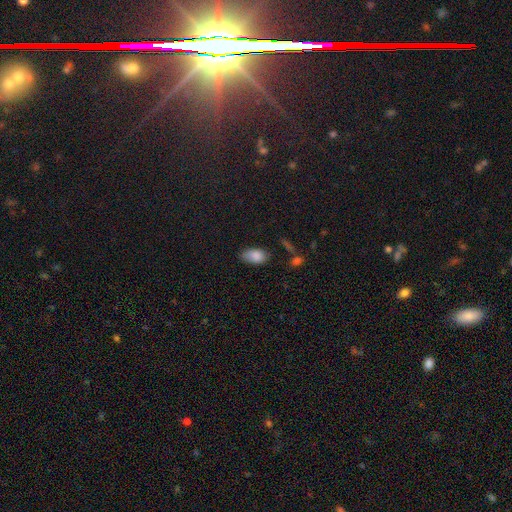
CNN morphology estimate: Smooth or featured?
  - smooth: 86% *
  - star or artifact: 8%
  - featured or disk: 6%
How rounded?
  - in between: 92% *
  - round: 5%
  - cigar-shaped: 2%
Merging?
  - none: 68% *
  - minor disturbance: 24%
  - major disturbance: 5%
  - merger: 3%